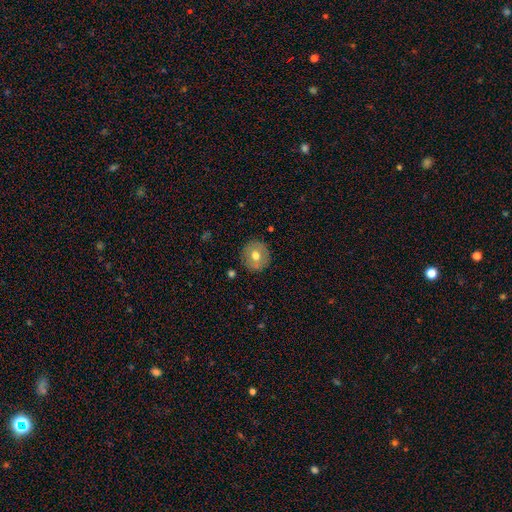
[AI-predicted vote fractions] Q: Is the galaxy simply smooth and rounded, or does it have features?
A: smooth — 63%.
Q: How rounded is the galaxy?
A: round — 92%.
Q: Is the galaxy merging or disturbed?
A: none — 88%.